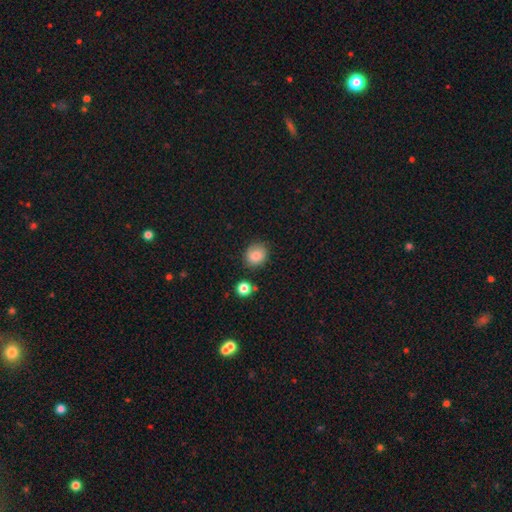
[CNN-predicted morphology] type=smooth (85%); roundness=round (78%); merging=none (78%).